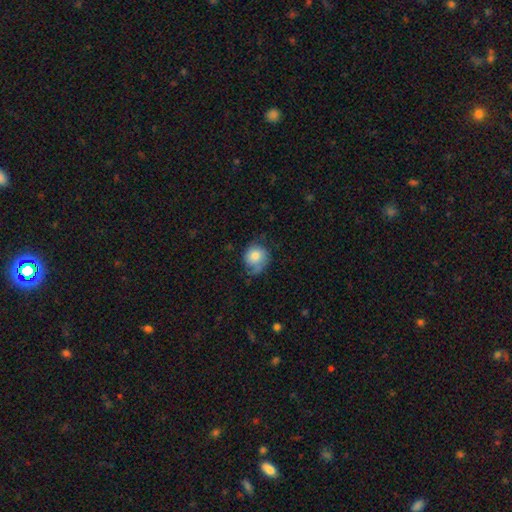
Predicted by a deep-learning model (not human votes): The model was most divided on "merging": none: 51%, minor disturbance: 33%, major disturbance: 15%, merger: 2%. More confident: how rounded — round (76%); smooth or featured — smooth (71%).